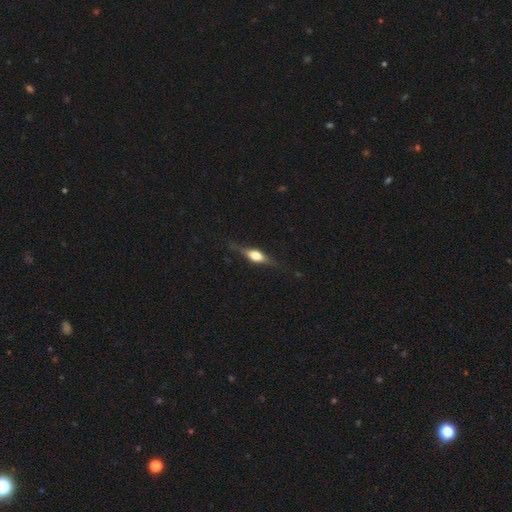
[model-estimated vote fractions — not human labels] Smooth or featured? Predicted: featured or disk (p=0.60). Edge-on disk? Predicted: yes (p=0.94). Edge-on bulge? Predicted: rounded (p=0.90). Merging? Predicted: none (p=0.80).